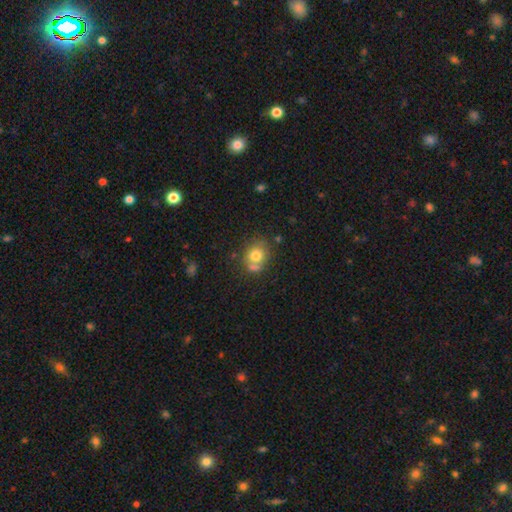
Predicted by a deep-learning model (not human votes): Morphology: type=smooth (75%); roundness=round (69%); merging=none (52%).